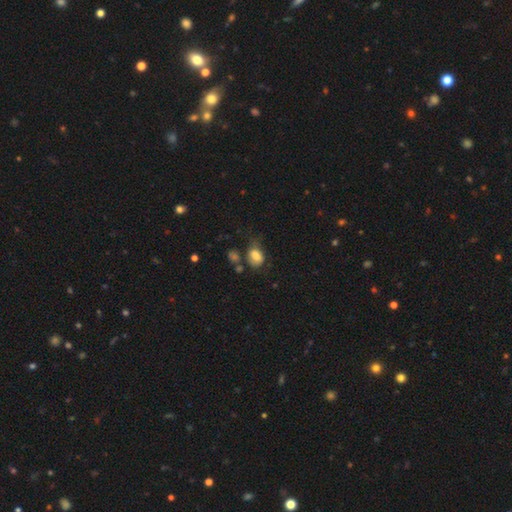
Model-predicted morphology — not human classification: smooth 78%, featured or disk 13%, star or artifact 9%. Down the decision tree: how rounded — in between (70%); merging — none (42%).